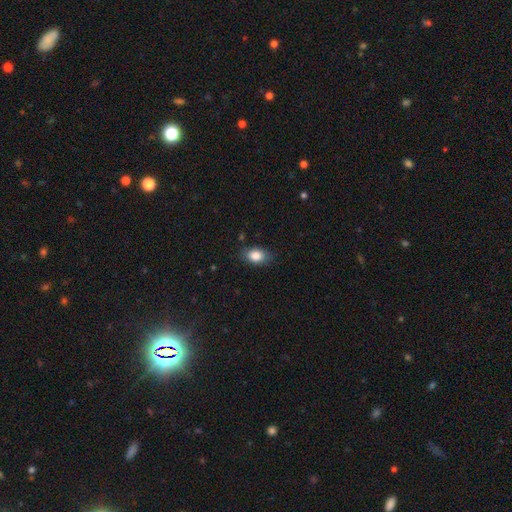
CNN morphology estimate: Overall: smooth (84%). How rounded: in between (87%). Merging: none (83%).